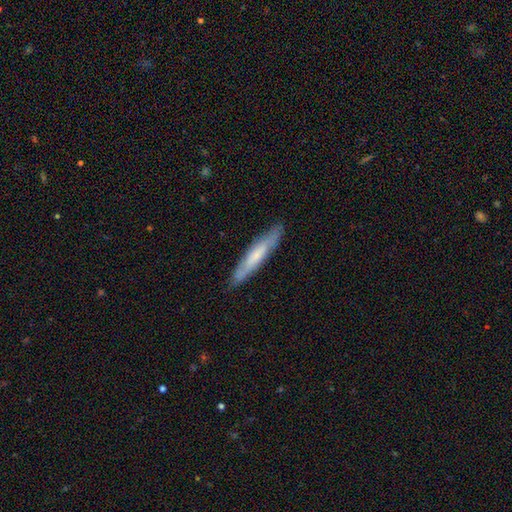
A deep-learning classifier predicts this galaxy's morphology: Smooth or featured?
  - smooth: 51% *
  - featured or disk: 44%
  - star or artifact: 5%
How rounded?
  - cigar-shaped: 91% *
  - in between: 8%
  - round: 1%
Merging?
  - none: 85% *
  - minor disturbance: 11%
  - major disturbance: 2%
  - merger: 1%